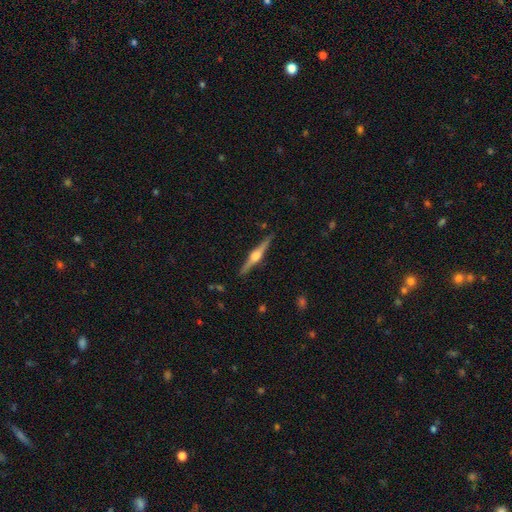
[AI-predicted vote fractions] This appears to be a featured or disk galaxy (80%) viewed edge-on (98%) with a rounded central bulge (92%). Merging: none (90%).